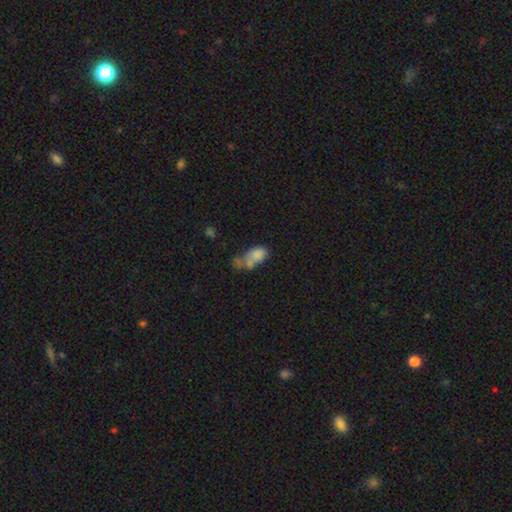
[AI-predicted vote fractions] The model was most divided on "merging": merger: 43%, none: 22%, major disturbance: 18%, minor disturbance: 17%. More confident: how rounded — in between (84%); smooth or featured — smooth (72%).